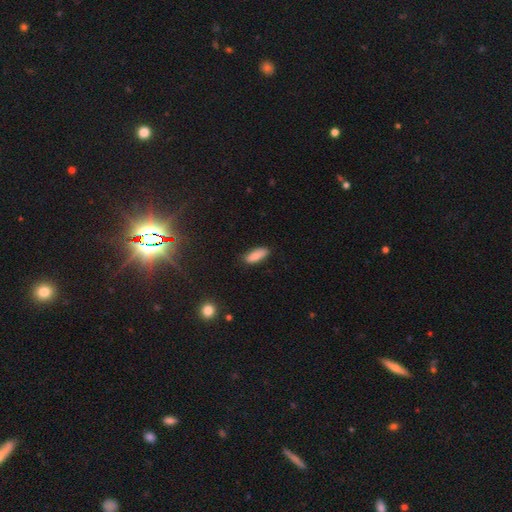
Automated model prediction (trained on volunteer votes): This appears to be a smooth galaxy with no disk features (85%) that is in between round and cigar-shaped (71%). Merging: none (81%).